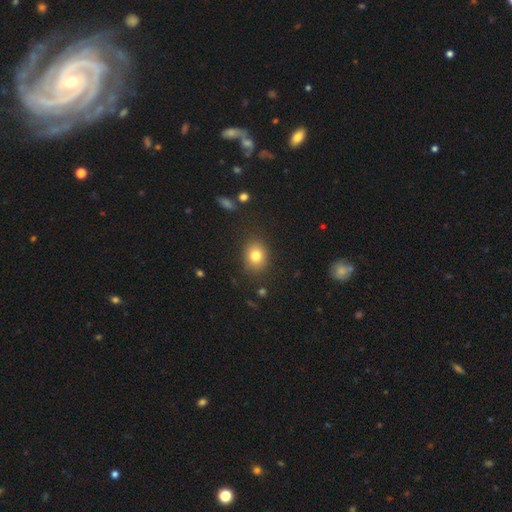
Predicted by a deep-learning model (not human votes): Overall: smooth (80%). How rounded: round (59%; in between 40%). Merging: none (85%).